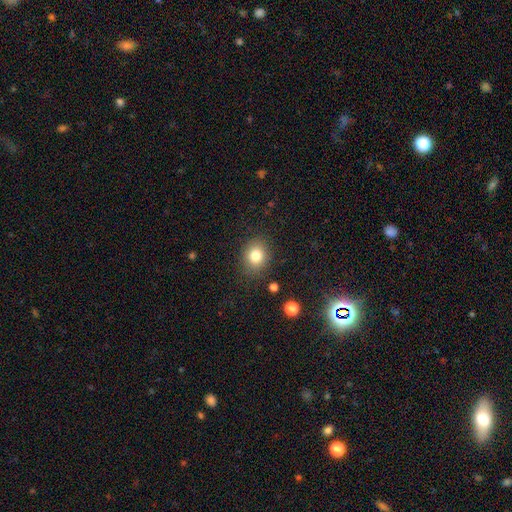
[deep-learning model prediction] This is clearly a smooth galaxy (81%). How rounded: likely round (62%). Merging: clearly none (85%).